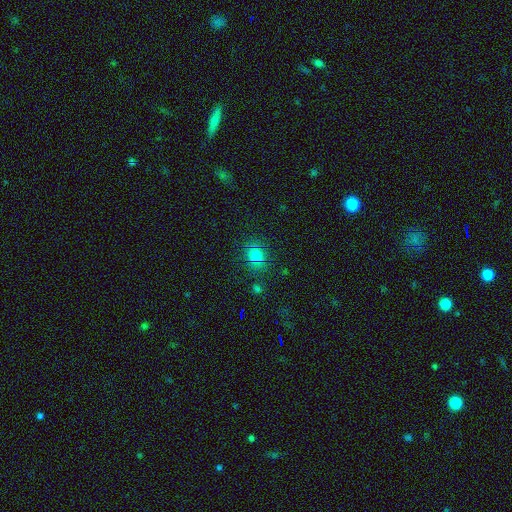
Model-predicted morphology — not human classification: A smooth galaxy with no disk features (76%) that is round (73%). Merging: none (81%).